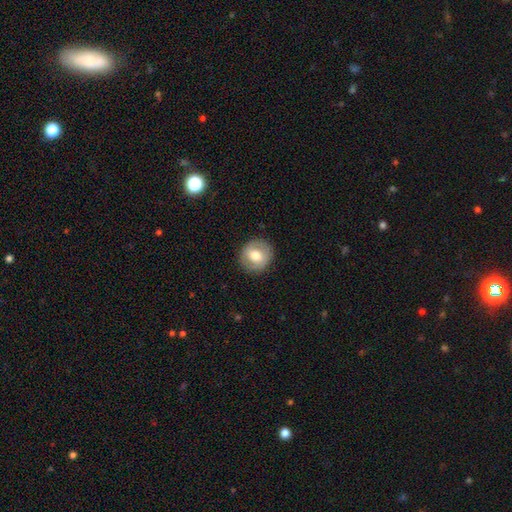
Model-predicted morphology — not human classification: Smooth or featured: smooth — 63% (featured or disk — 30%)
How rounded: round — 88% (in between — 11%)
Merging: none — 88% (minor disturbance — 8%)